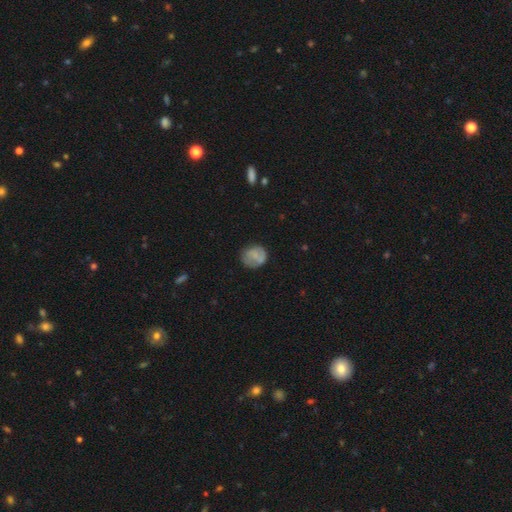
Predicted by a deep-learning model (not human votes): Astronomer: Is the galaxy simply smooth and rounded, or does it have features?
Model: smooth — 70%.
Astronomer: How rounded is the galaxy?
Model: round — 76%.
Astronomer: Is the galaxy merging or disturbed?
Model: none — 64%.